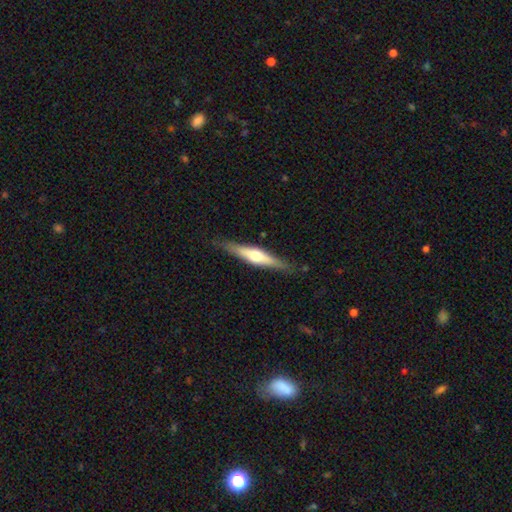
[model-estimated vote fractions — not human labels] Smooth or featured?
  - featured or disk: 59% *
  - smooth: 35%
  - star or artifact: 5%
Edge-on disk?
  - yes: 95% *
  - no: 5%
Edge-on bulge?
  - rounded: 90% *
  - boxy: 5%
  - none: 5%
Merging?
  - none: 86% *
  - minor disturbance: 11%
  - major disturbance: 2%
  - merger: 1%